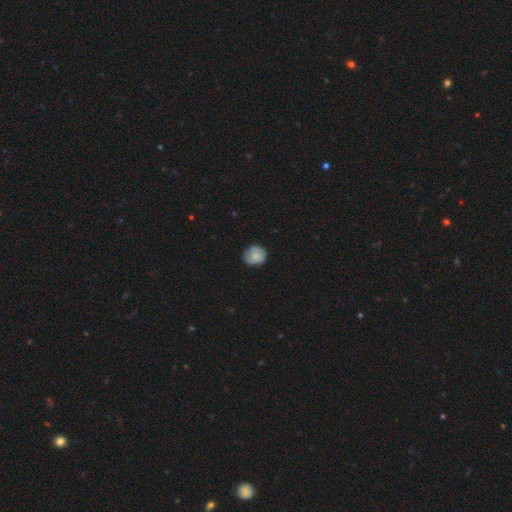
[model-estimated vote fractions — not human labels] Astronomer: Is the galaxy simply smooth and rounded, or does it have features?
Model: smooth — 75%.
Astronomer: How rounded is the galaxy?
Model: round — 85%.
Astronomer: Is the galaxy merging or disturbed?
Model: none — 77%.